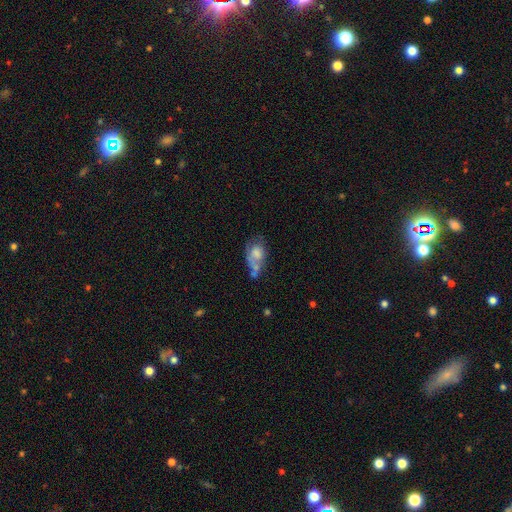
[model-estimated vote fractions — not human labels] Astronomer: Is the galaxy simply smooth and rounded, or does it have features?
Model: smooth — 53% (runner-up: featured or disk, 38%).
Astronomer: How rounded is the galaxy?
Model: in between — 80%.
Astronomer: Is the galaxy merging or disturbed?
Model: merger — 28% (runner-up: none, 25%).